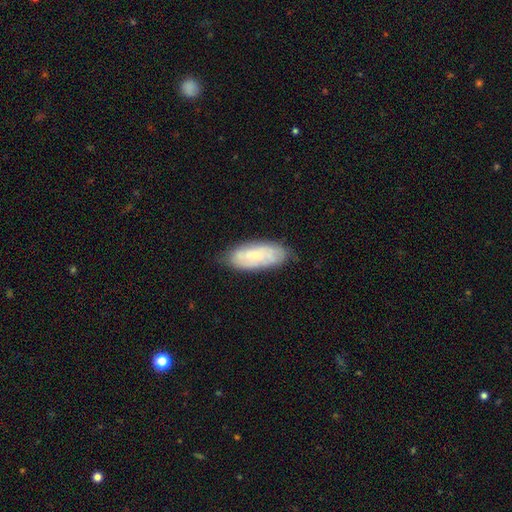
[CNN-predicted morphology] type=smooth (57%); roundness=in between (80%); merging=none (75%).